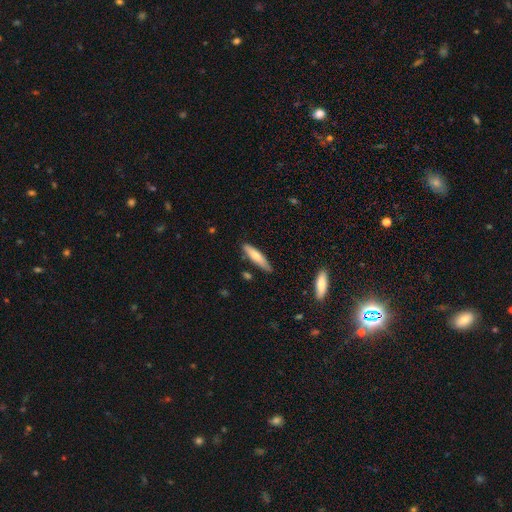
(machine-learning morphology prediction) Q: Smooth or featured?
A: smooth (72%); runner-up: featured or disk (22%)
Q: How rounded?
A: cigar-shaped (75%); runner-up: in between (24%)
Q: Merging?
A: none (78%); runner-up: minor disturbance (16%)